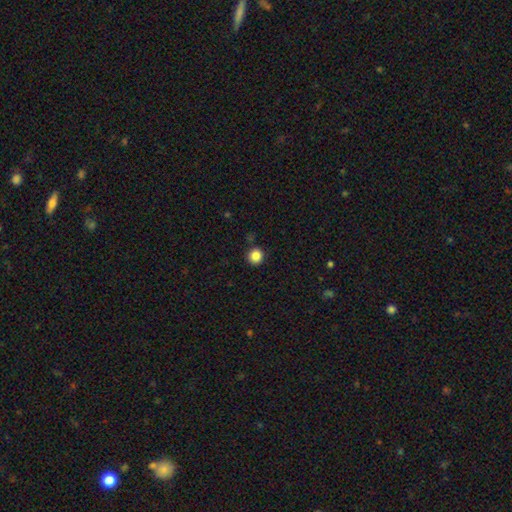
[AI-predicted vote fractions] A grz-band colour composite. It shows a smooth galaxy with no disk features (85%) that is round (93%). Merging: none (89%).